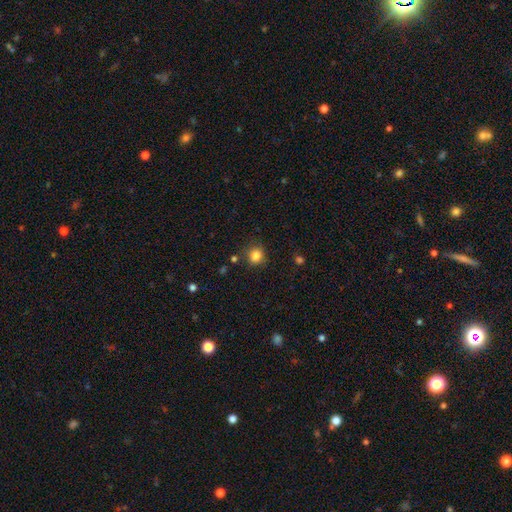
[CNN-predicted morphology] smooth 82%, star or artifact 12%, featured or disk 6%. Down the decision tree: how rounded — round (76%); merging — none (79%).